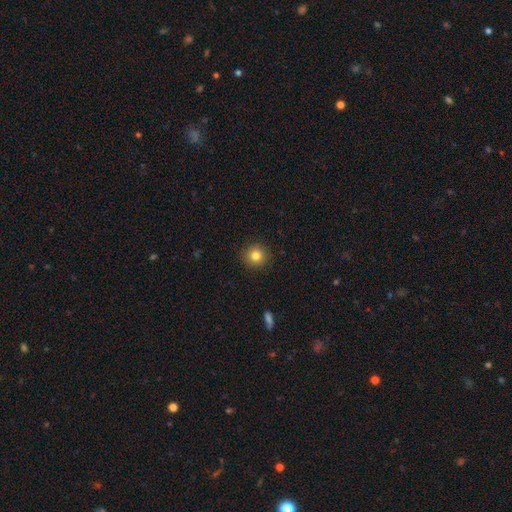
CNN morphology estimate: The model was most divided on "smooth or featured": smooth: 82%, star or artifact: 11%, featured or disk: 7%. More confident: how rounded — round (92%); merging — none (91%).